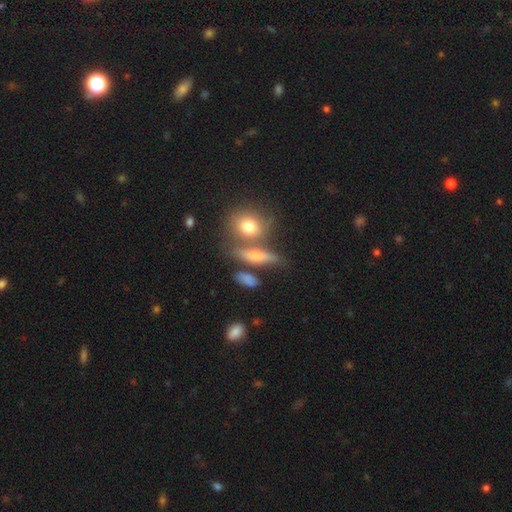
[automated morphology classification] smooth 64%, featured or disk 25%, star or artifact 11%. Down the decision tree: how rounded — in between (44%); merging — none (55%).